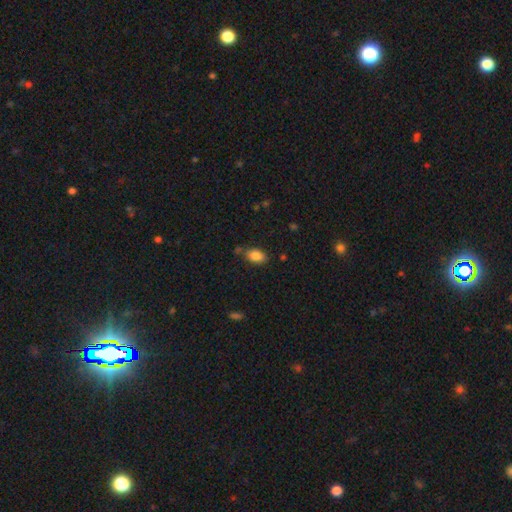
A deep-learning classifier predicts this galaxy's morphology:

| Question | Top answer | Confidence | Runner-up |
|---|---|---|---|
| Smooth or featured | smooth | 86% | star or artifact (8%) |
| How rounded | in between | 90% | round (8%) |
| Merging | none | 75% | minor disturbance (15%) |